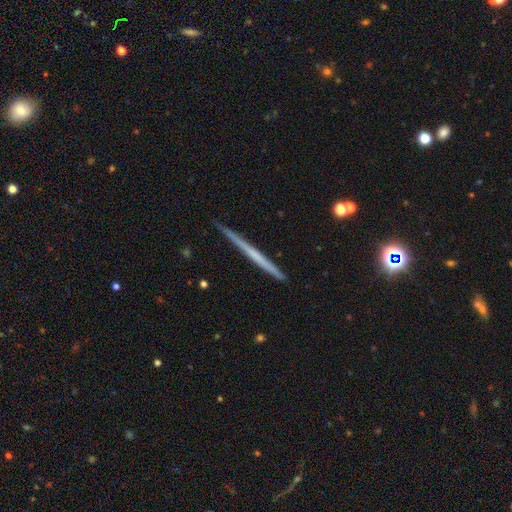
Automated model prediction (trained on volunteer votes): Q: Smooth or featured?
A: featured or disk (55%); runner-up: smooth (39%)
Q: Edge-on disk?
A: yes (98%); runner-up: no (2%)
Q: Edge-on bulge?
A: none (88%); runner-up: rounded (8%)
Q: Merging?
A: none (90%); runner-up: minor disturbance (8%)